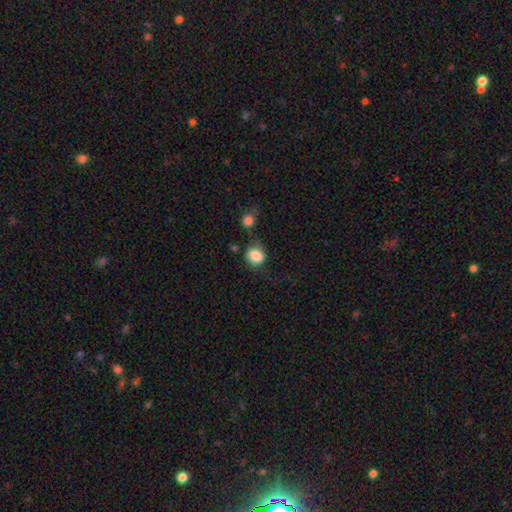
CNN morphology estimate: A smooth galaxy with no disk features (84%) that is round (67%). Merging: none (56%).